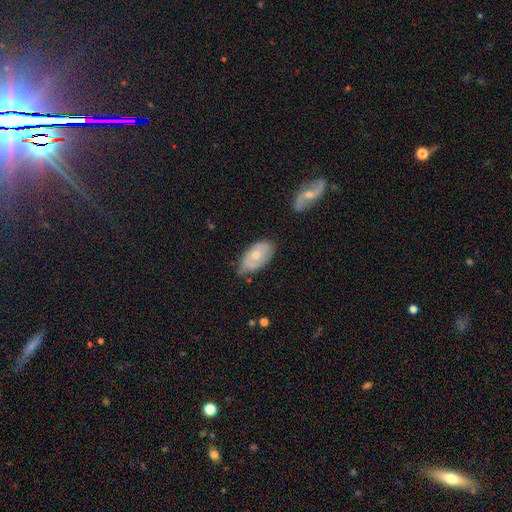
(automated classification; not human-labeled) A smooth galaxy with no disk features (47%). Merging: none (54%).